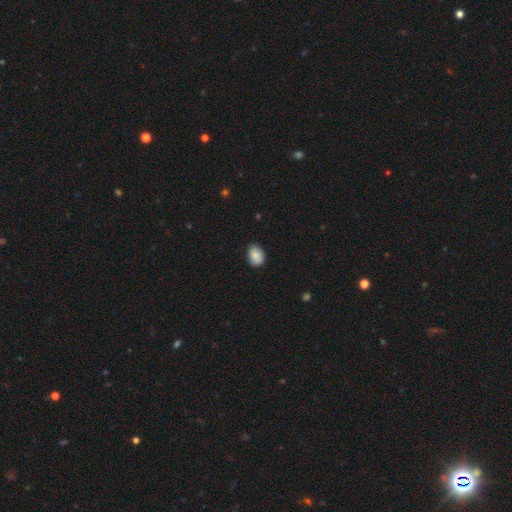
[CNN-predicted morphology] The model was most divided on "how rounded": in between: 73%, round: 26%, cigar-shaped: 1%. More confident: smooth or featured — smooth (86%); merging — none (79%).